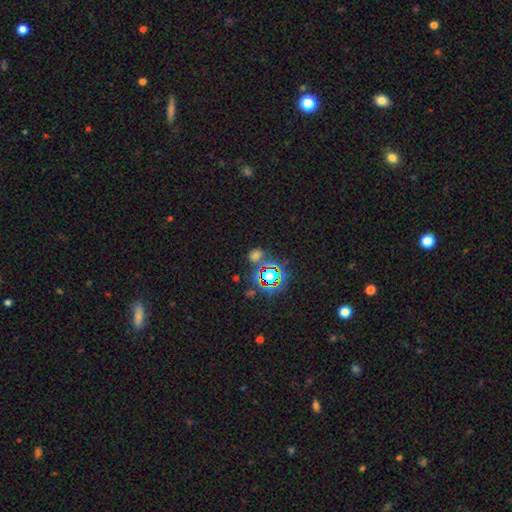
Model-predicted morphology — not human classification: Overall: smooth (47%; star or artifact 45%). Merging: none (68%).